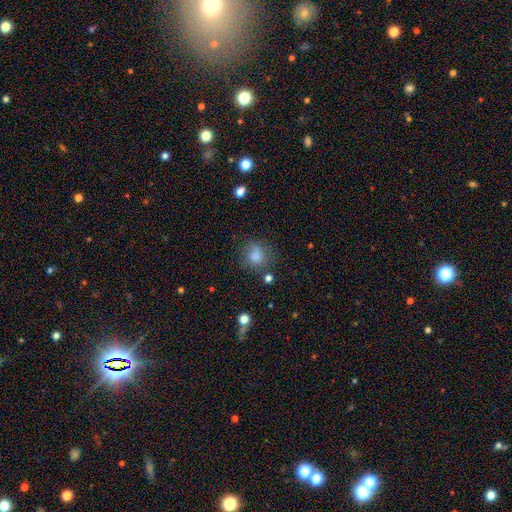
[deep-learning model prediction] Morphology: type=smooth (75%); roundness=round (74%); merging=none (64%).